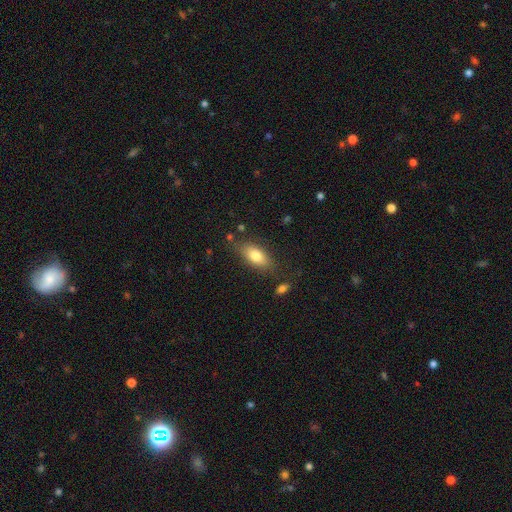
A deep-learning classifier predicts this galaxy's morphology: Q: Smooth or featured?
A: smooth (78%); runner-up: featured or disk (15%)
Q: How rounded?
A: in between (84%); runner-up: cigar-shaped (12%)
Q: Merging?
A: none (76%); runner-up: minor disturbance (16%)